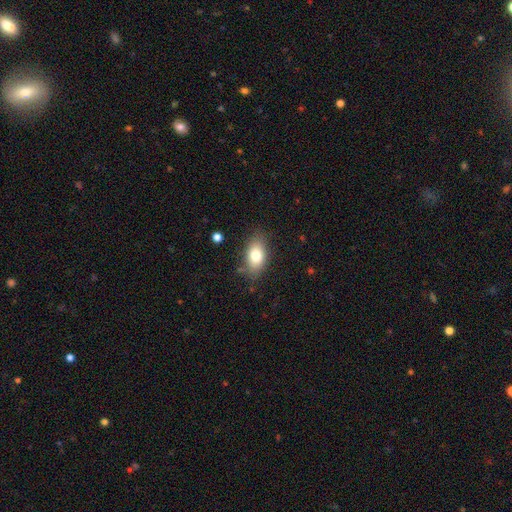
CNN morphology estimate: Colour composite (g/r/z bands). It shows a smooth galaxy with no disk features (79%) that is in between round and cigar-shaped (89%). Merging: none (79%).